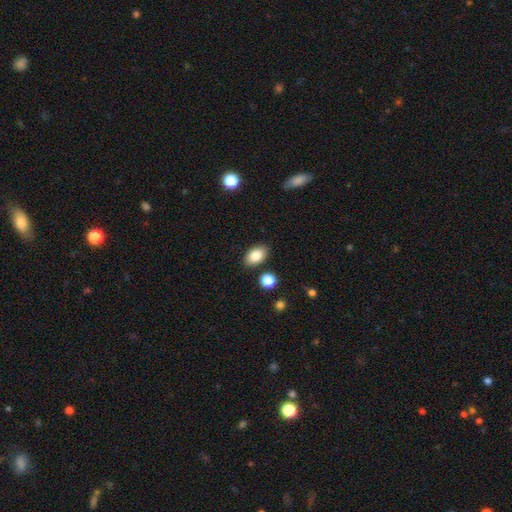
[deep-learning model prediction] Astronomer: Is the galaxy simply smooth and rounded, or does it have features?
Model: smooth — 84%.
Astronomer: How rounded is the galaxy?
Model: in between — 88%.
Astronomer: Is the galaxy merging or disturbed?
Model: none — 85%.